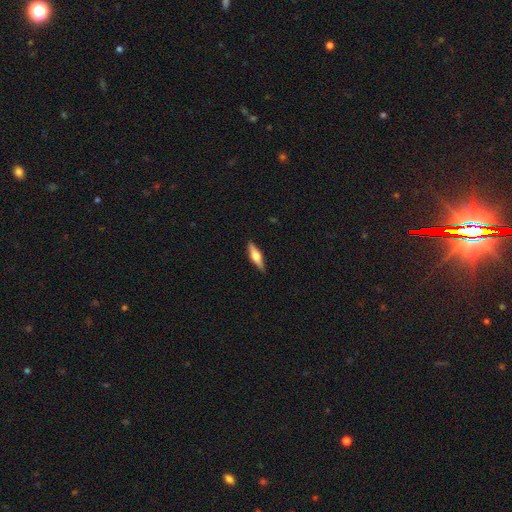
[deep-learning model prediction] Smooth or featured? Predicted: featured or disk (p=0.54). Edge-on disk? Predicted: yes (p=0.95). Edge-on bulge? Predicted: rounded (p=0.91). Merging? Predicted: none (p=0.89).